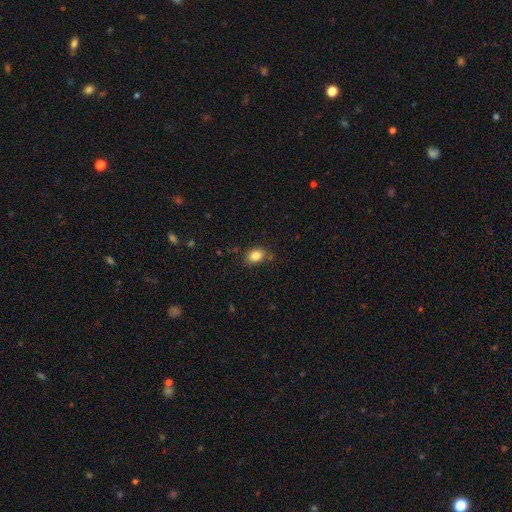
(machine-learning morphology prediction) Smooth or featured?
  - smooth: 85% *
  - star or artifact: 9%
  - featured or disk: 6%
How rounded?
  - in between: 77% *
  - round: 22%
  - cigar-shaped: 1%
Merging?
  - none: 77% *
  - minor disturbance: 16%
  - major disturbance: 4%
  - merger: 4%